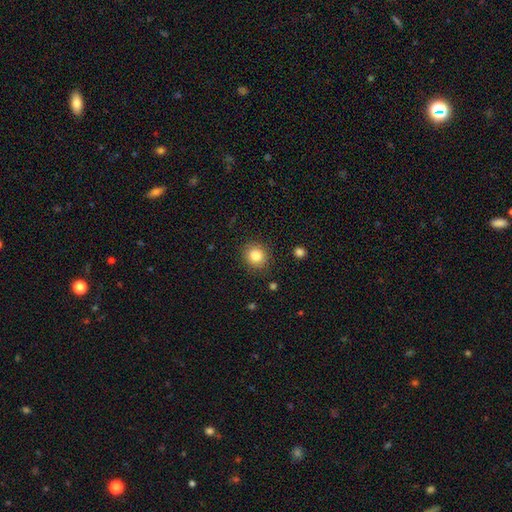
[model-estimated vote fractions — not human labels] smooth 83%, star or artifact 10%, featured or disk 7%. Down the decision tree: how rounded — round (85%); merging — none (88%).